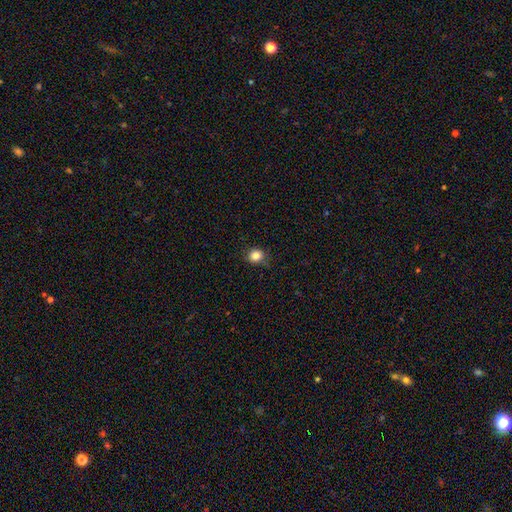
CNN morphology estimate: type=smooth (84%); roundness=round (80%); merging=none (81%).